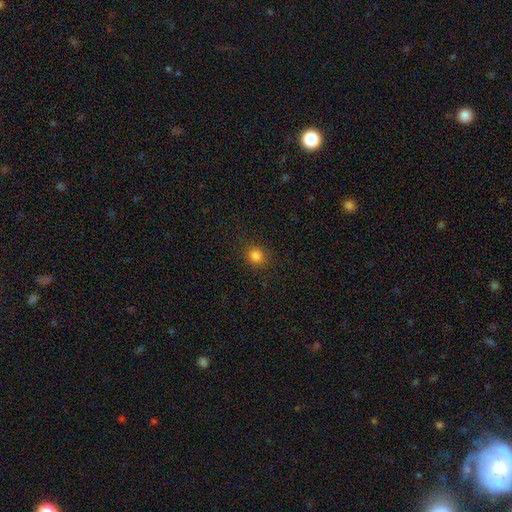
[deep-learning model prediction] smooth-or-featured: smooth: 83% | star or artifact: 13% | featured or disk: 4%
  how-rounded: round: 82% | in between: 17% | cigar-shaped: 1%
  merging: none: 88% | minor disturbance: 8% | major disturbance: 3% | merger: 1%